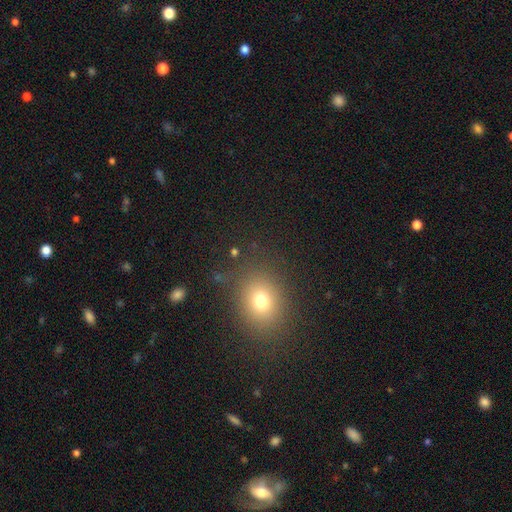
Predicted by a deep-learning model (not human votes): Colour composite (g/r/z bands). It shows a smooth galaxy with no disk features (67%) that is round (61%). Merging: none (89%).